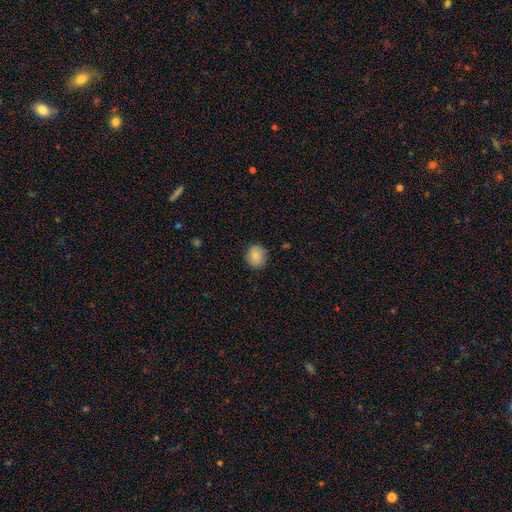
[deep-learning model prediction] smooth_or_featured: smooth (p=0.81) [alt: featured or disk p=0.12]
how_rounded: round (p=0.86) [alt: in between p=0.13]
merging: none (p=0.87) [alt: minor disturbance p=0.10]